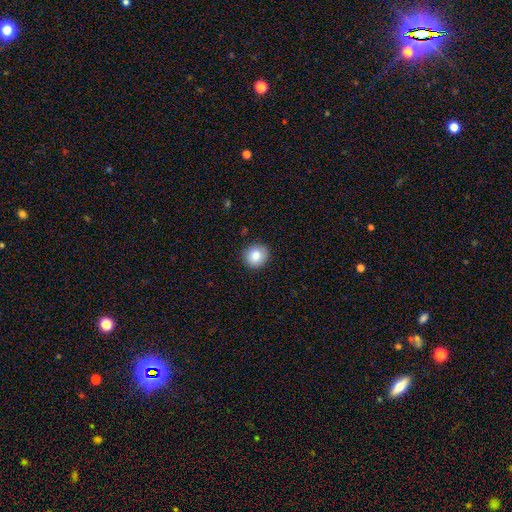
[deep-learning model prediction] smooth-or-featured: smooth: 84% | star or artifact: 9% | featured or disk: 8%
  how-rounded: round: 89% | in between: 10% | cigar-shaped: 1%
  merging: none: 90% | minor disturbance: 7% | major disturbance: 2% | merger: 1%